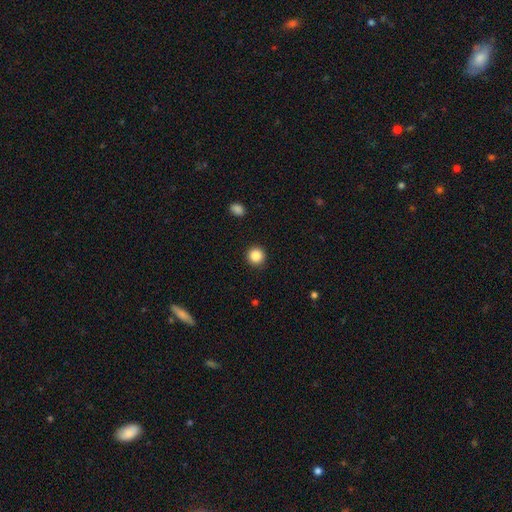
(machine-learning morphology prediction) A smooth galaxy with no disk features (87%) that is round (95%). Merging: none (92%).